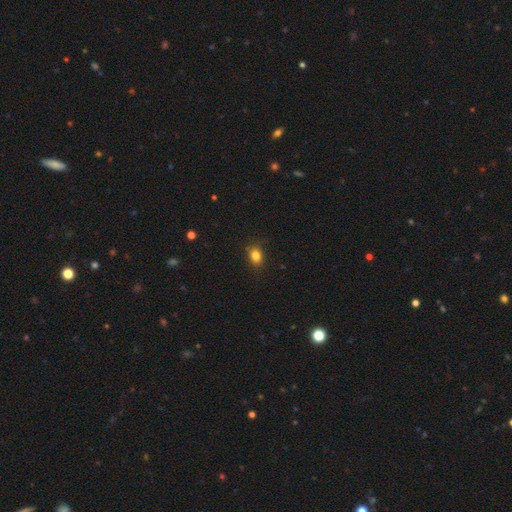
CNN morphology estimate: Q: Smooth or featured?
A: smooth (83%); runner-up: star or artifact (12%)
Q: How rounded?
A: in between (58%); runner-up: round (41%)
Q: Merging?
A: none (82%); runner-up: minor disturbance (14%)